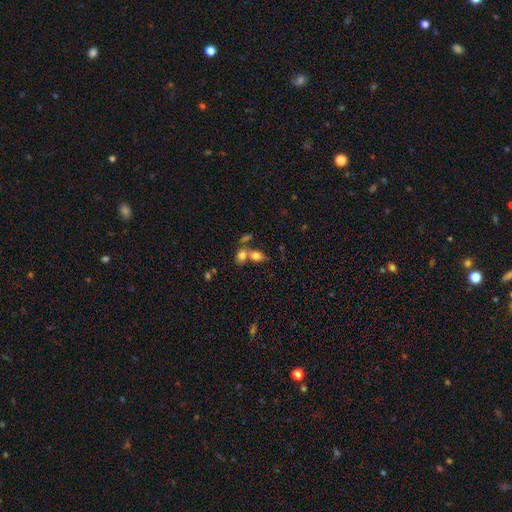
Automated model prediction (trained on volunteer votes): smooth 75%, featured or disk 14%, star or artifact 11%. Down the decision tree: how rounded — in between (75%); merging — merger (50%).